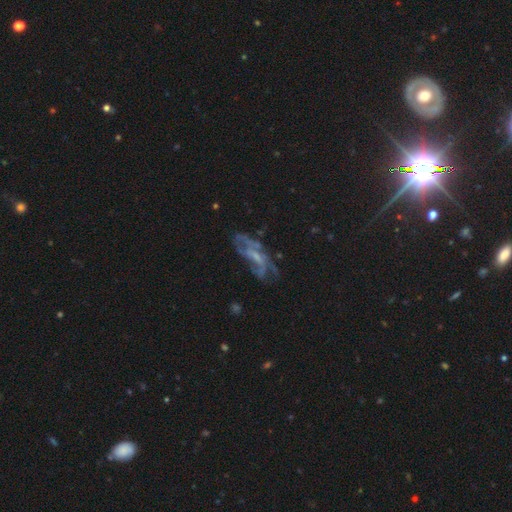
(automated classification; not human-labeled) A featured or disk galaxy (70%) with no bar (52%), spiral arms (65%) and a small central bulge (46%). Merging: none (48%).